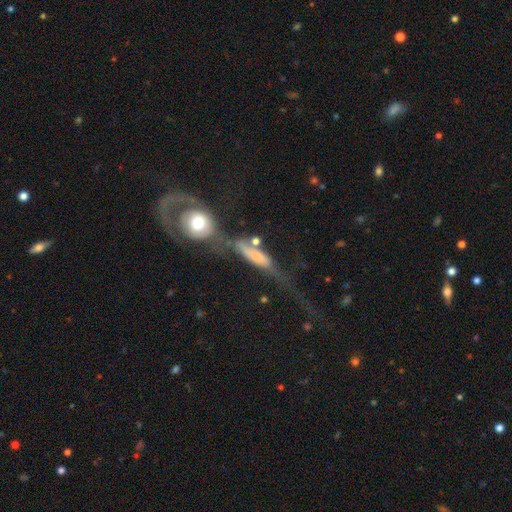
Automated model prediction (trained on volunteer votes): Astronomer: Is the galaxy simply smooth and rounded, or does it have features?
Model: smooth — 49% (runner-up: featured or disk, 42%).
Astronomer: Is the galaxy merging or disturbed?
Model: merger — 39% (runner-up: major disturbance, 27%).